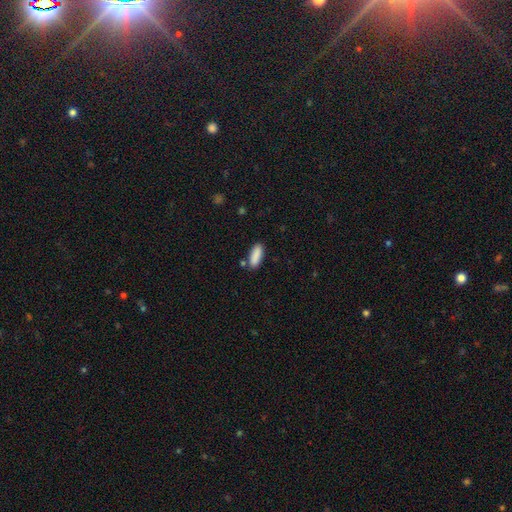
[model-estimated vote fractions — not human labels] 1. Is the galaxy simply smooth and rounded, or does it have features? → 89% smooth, 7% star or artifact, 4% featured or disk.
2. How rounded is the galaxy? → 67% in between, 31% cigar-shaped, 2% round.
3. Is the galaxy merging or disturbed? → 82% none, 11% minor disturbance, 5% merger, 2% major disturbance.